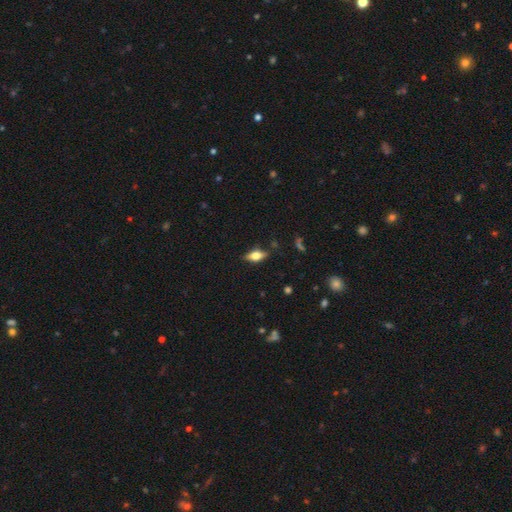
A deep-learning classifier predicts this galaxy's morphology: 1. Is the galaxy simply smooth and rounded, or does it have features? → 53% smooth, 39% featured or disk, 9% star or artifact.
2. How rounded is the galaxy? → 79% in between, 16% cigar-shaped, 5% round.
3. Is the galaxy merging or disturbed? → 80% none, 14% minor disturbance, 3% major disturbance, 2% merger.